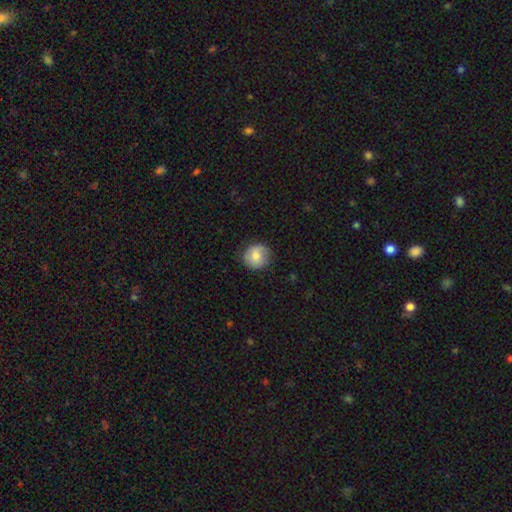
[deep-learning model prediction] Overall: smooth (73%). How rounded: round (87%). Merging: none (79%).